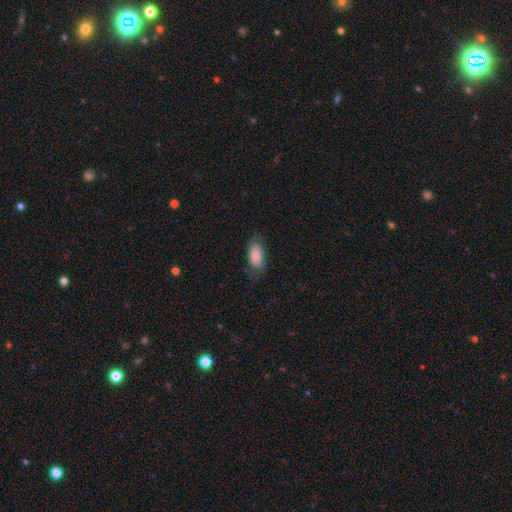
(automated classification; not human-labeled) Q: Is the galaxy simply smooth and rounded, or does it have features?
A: smooth — 83%.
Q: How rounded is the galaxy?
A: in between — 91%.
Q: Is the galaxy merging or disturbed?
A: none — 64%.